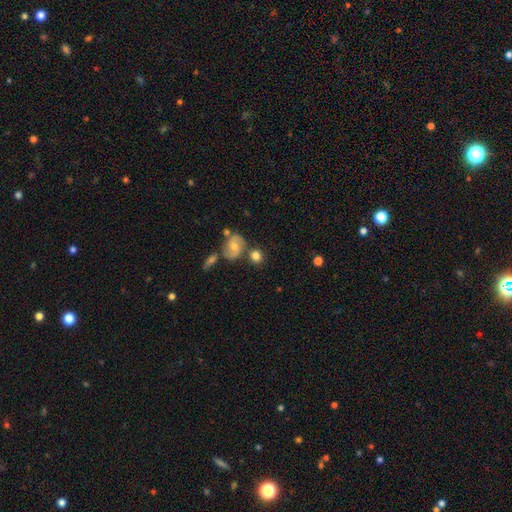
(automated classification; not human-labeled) A smooth galaxy with no disk features (73%) that is round (75%).

Vote fractions:
- Smooth or featured? smooth: 73% / featured or disk: 19% / star or artifact: 9%
- How rounded? round: 75% / in between: 23% / cigar-shaped: 2%
- Merging? none: 63% / merger: 19% / minor disturbance: 13% / major disturbance: 5%